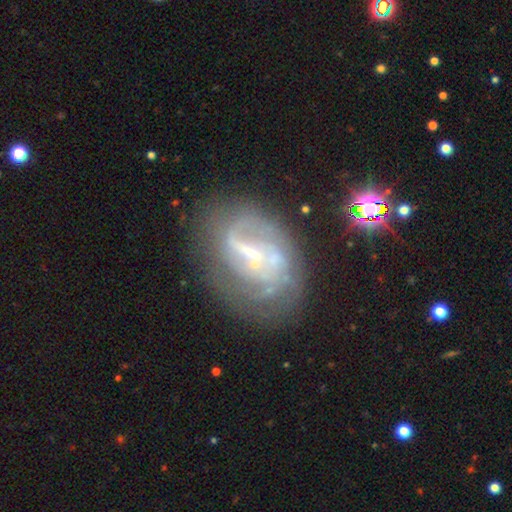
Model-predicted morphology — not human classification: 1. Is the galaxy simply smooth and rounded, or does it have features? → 73% featured or disk, 16% smooth, 11% star or artifact.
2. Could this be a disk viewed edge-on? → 97% no, 3% yes.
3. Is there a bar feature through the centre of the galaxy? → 42% weak, 30% no, 28% strong.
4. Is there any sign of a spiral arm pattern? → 66% yes, 34% no.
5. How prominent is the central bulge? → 43% small, 34% none, 18% moderate, 3% large, 1% dominant.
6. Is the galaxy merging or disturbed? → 51% none, 23% major disturbance, 22% minor disturbance, 5% merger.